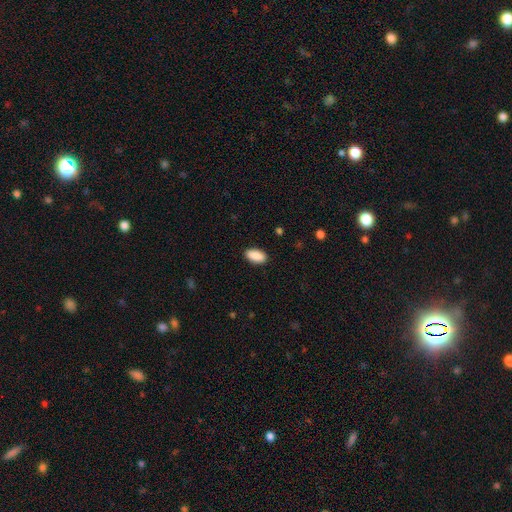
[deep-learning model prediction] Overall: smooth (91%). How rounded: in between (94%). Merging: none (89%).